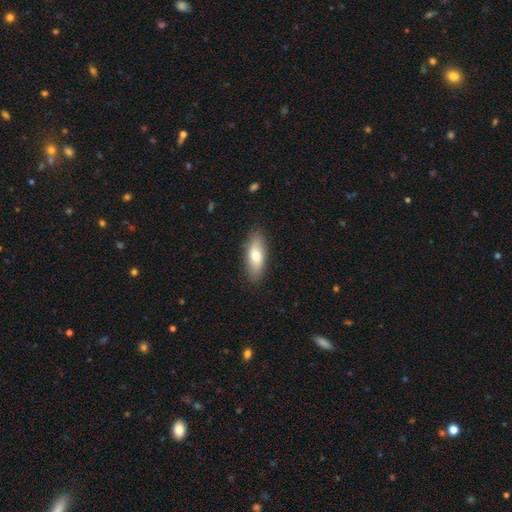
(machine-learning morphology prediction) A smooth galaxy with no disk features (71%) that is in between round and cigar-shaped (74%).

Vote fractions:
- Smooth or featured? smooth: 71% / featured or disk: 23% / star or artifact: 6%
- How rounded? in between: 74% / cigar-shaped: 24% / round: 3%
- Merging? none: 86% / minor disturbance: 11% / major disturbance: 2% / merger: 1%